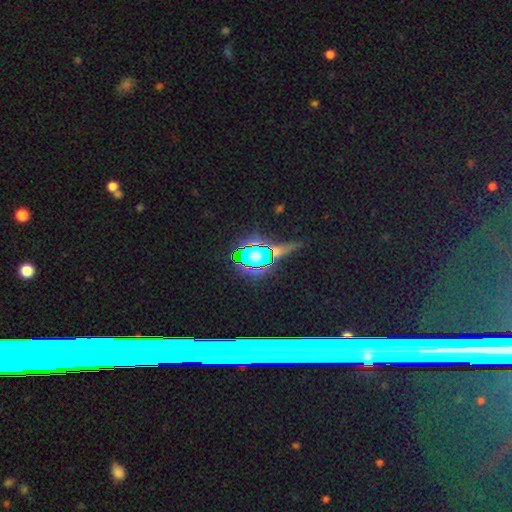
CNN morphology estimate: smooth_or_featured: star or artifact (p=0.58) [alt: smooth p=0.26]